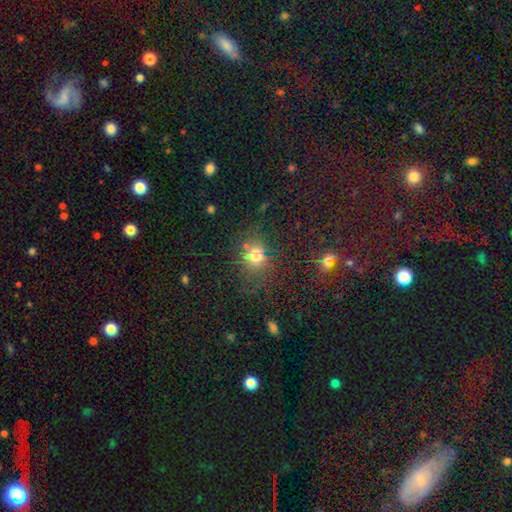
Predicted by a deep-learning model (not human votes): A smooth galaxy with no disk features (67%) that is round (68%).

Vote fractions:
- Smooth or featured? smooth: 67% / star or artifact: 20% / featured or disk: 13%
- How rounded? round: 68% / in between: 30% / cigar-shaped: 2%
- Merging? none: 65% / minor disturbance: 16% / major disturbance: 11% / merger: 8%